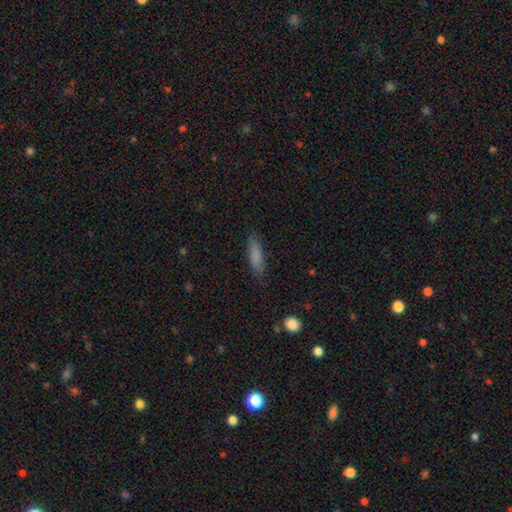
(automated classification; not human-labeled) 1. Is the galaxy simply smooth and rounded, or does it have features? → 82% smooth, 11% featured or disk, 7% star or artifact.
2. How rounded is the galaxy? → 59% cigar-shaped, 39% in between, 2% round.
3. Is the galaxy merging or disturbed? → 80% none, 15% minor disturbance, 3% major disturbance, 1% merger.